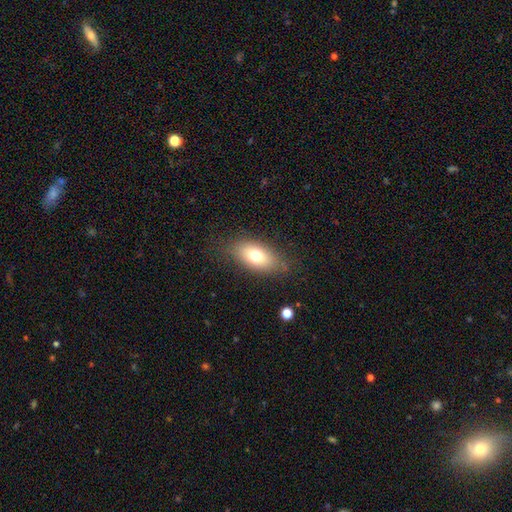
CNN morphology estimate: smooth-or-featured: smooth: 74% | featured or disk: 17% | star or artifact: 9%
  how-rounded: in between: 86% | cigar-shaped: 8% | round: 6%
  merging: none: 79% | minor disturbance: 15% | major disturbance: 5% | merger: 1%